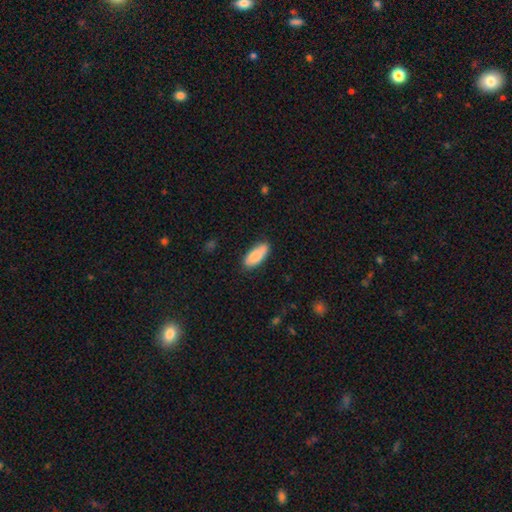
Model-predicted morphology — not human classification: smooth-or-featured: smooth: 86% | featured or disk: 8% | star or artifact: 6%
  how-rounded: in between: 80% | cigar-shaped: 19% | round: 2%
  merging: none: 80% | minor disturbance: 16% | major disturbance: 3% | merger: 2%